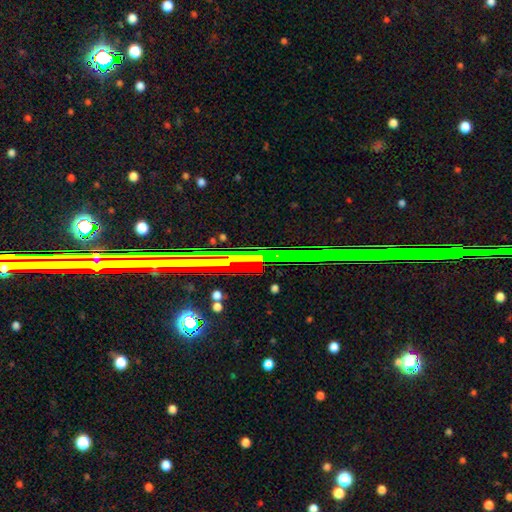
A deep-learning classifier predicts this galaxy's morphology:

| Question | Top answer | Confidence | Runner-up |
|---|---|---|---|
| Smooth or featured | star or artifact | 68% | featured or disk (20%) |